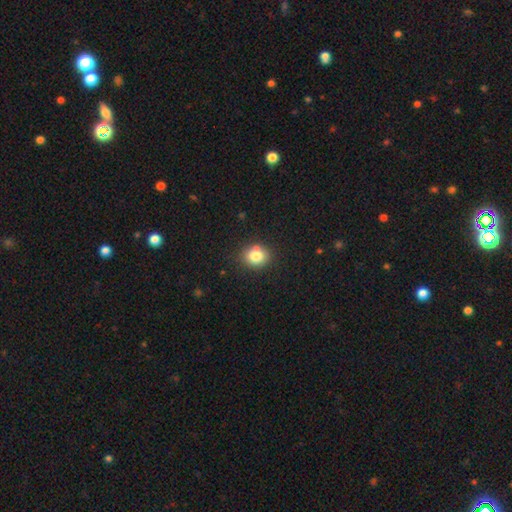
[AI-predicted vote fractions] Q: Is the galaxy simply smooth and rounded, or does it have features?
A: smooth — 80%.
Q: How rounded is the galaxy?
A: round — 68%.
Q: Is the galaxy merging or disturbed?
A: none — 76%.